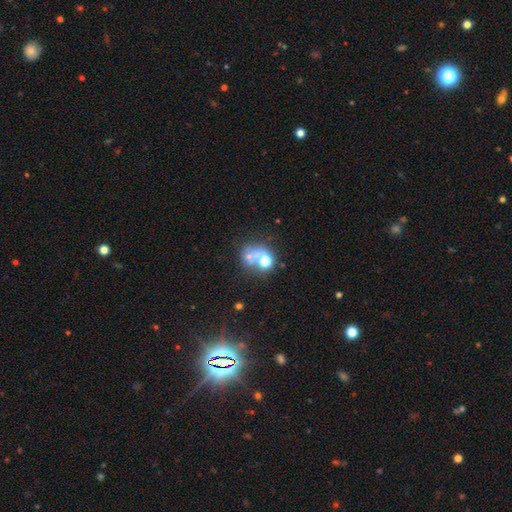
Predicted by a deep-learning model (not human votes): This is possibly a smooth galaxy (49%). Merging: marginally merger (44%).